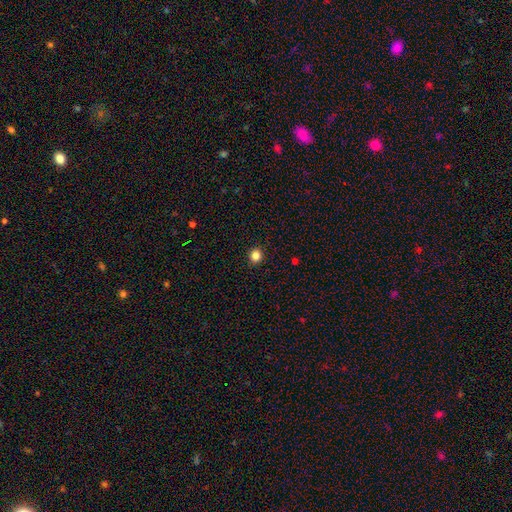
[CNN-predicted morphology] Smooth or featured?
  - smooth: 84% *
  - star or artifact: 12%
  - featured or disk: 4%
How rounded?
  - round: 89% *
  - in between: 10%
  - cigar-shaped: 1%
Merging?
  - none: 93% *
  - minor disturbance: 5%
  - major disturbance: 2%
  - merger: 1%